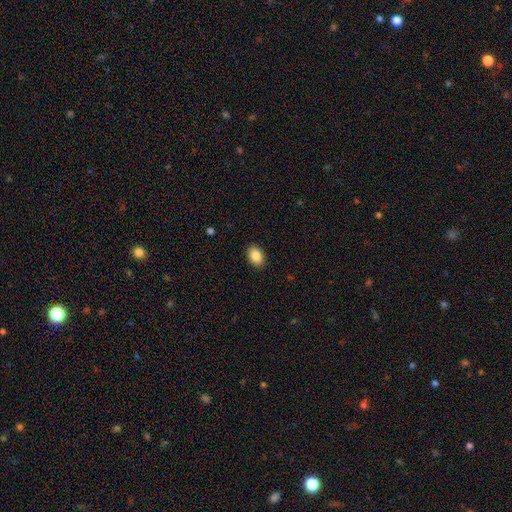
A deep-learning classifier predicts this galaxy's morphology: A smooth galaxy with no disk features (87%) that is in between round and cigar-shaped (81%).

Vote fractions:
- Smooth or featured? smooth: 87% / star or artifact: 8% / featured or disk: 5%
- How rounded? in between: 81% / round: 18% / cigar-shaped: 1%
- Merging? none: 90% / minor disturbance: 7% / major disturbance: 2% / merger: 1%